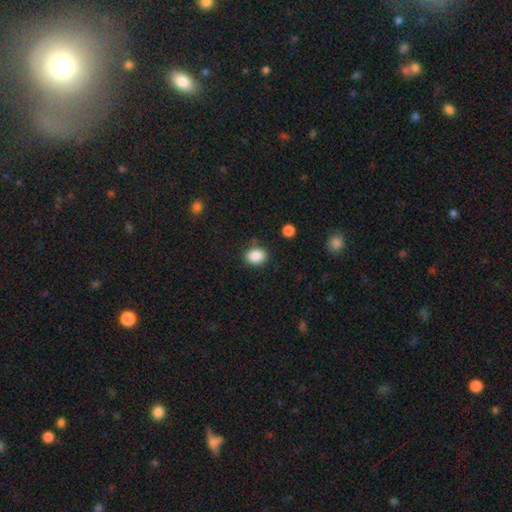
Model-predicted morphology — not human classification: smooth-or-featured: smooth: 87% | star or artifact: 9% | featured or disk: 4%
  how-rounded: in between: 52% | round: 47% | cigar-shaped: 1%
  merging: none: 83% | minor disturbance: 11% | major disturbance: 3% | merger: 3%